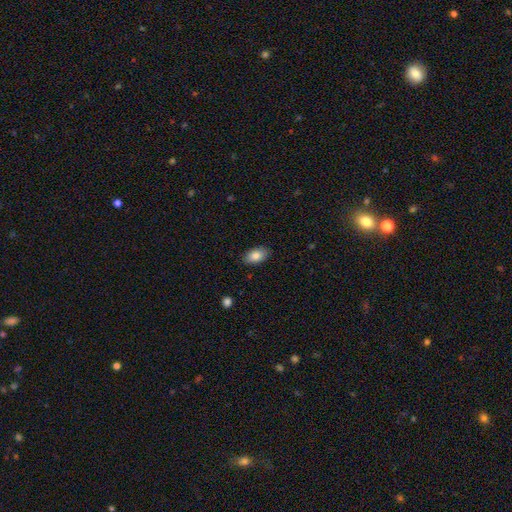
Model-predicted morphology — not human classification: smooth_or_featured: smooth (p=0.85) [alt: featured or disk p=0.08]
how_rounded: in between (p=0.92) [alt: round p=0.06]
merging: none (p=0.87) [alt: minor disturbance p=0.10]